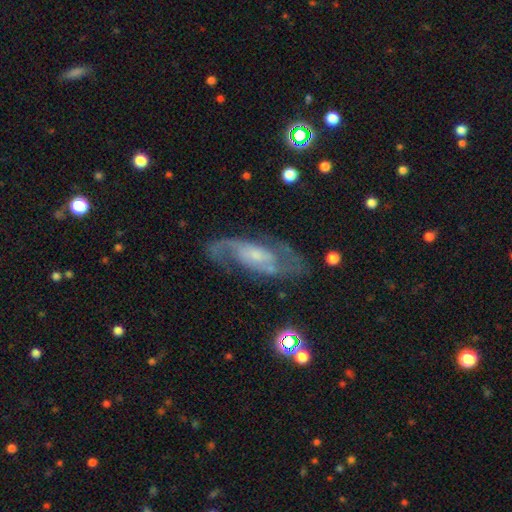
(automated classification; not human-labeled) featured or disk 83%, smooth 10%, star or artifact 6%. Down the decision tree: edge-on disk — no (92%); bar — no (53%); spiral arms — yes (93%); spiral arm count — 2 (80%); spiral winding — medium (50%); bulge size — small (58%); merging — none (67%).